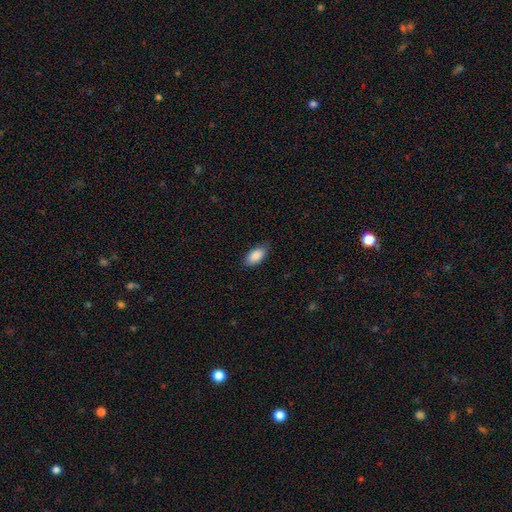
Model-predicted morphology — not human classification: type=smooth (88%); roundness=in between (93%); merging=none (83%).